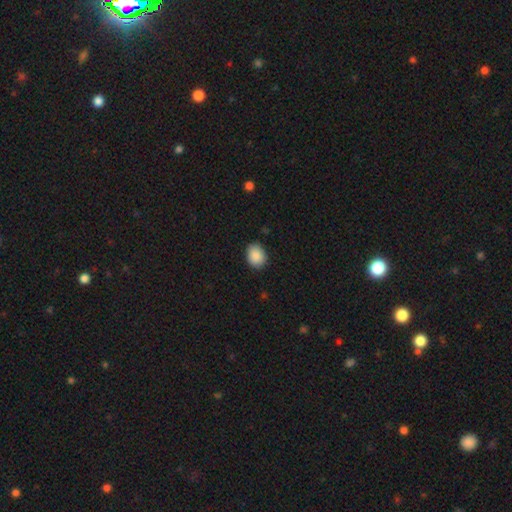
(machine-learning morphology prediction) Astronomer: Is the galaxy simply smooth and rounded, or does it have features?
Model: smooth — 89%.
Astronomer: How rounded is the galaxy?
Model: in between — 53% (runner-up: round, 46%).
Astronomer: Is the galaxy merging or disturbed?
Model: none — 84%.